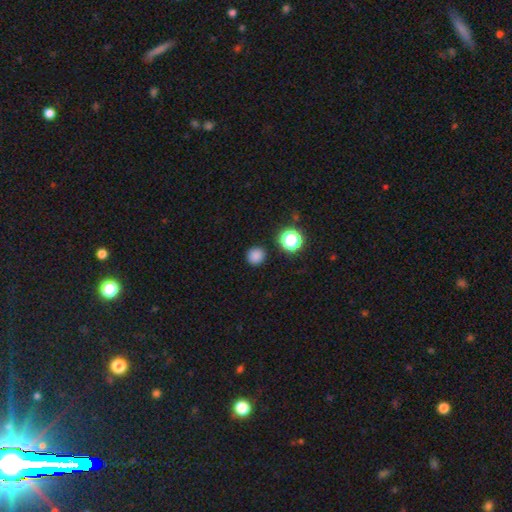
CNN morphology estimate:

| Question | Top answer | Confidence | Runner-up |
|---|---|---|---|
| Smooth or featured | smooth | 82% | star or artifact (14%) |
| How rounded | round | 93% | in between (6%) |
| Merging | none | 90% | minor disturbance (6%) |